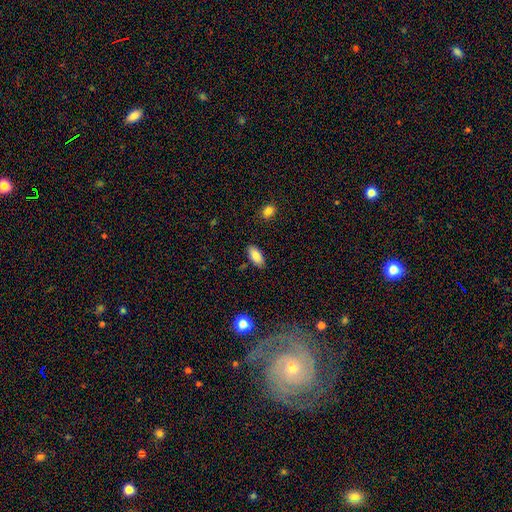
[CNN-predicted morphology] This is clearly a smooth galaxy (84%). How rounded: clearly in between (89%). Merging: clearly none (85%).